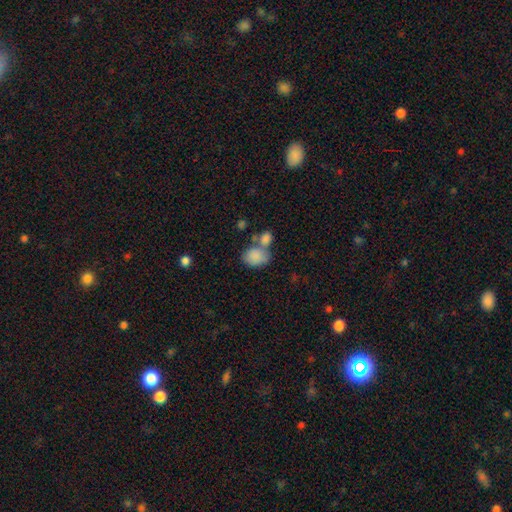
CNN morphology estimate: A smooth galaxy with no disk features (84%) that is in between round and cigar-shaped (59%).

Vote fractions:
- Smooth or featured? smooth: 84% / featured or disk: 9% / star or artifact: 8%
- How rounded? in between: 59% / round: 39% / cigar-shaped: 1%
- Merging? merger: 45% / none: 36% / minor disturbance: 13% / major disturbance: 7%